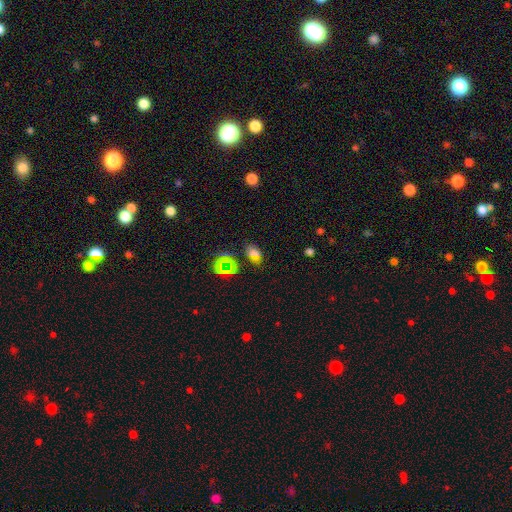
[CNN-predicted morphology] Smooth or featured? star or artifact (45%)